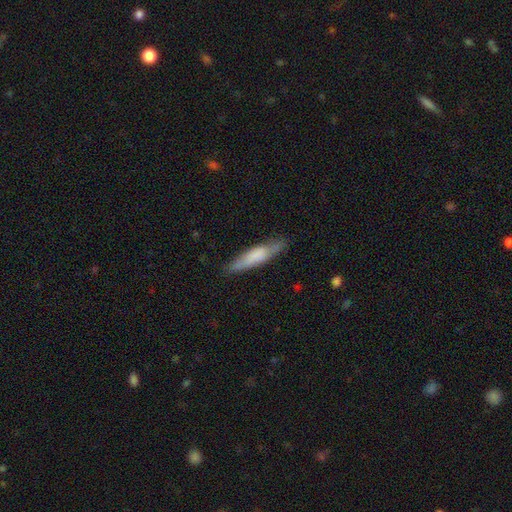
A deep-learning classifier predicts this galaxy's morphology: smooth-or-featured: smooth: 63% | featured or disk: 31% | star or artifact: 6%
  how-rounded: cigar-shaped: 78% | in between: 20% | round: 2%
  merging: none: 76% | minor disturbance: 18% | major disturbance: 4% | merger: 2%